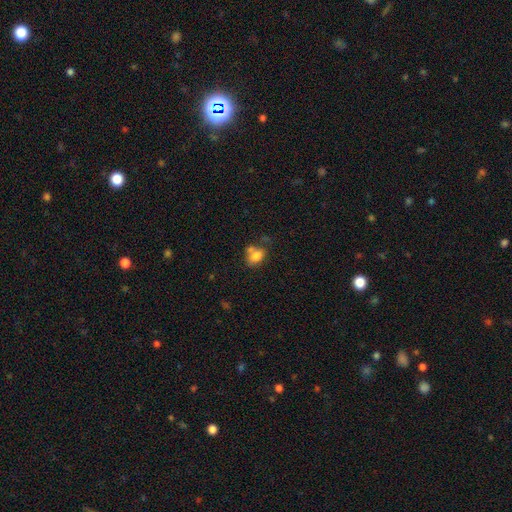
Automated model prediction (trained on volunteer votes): Overall: smooth (78%). How rounded: in between (71%). Merging: none (45%; merger 29%).